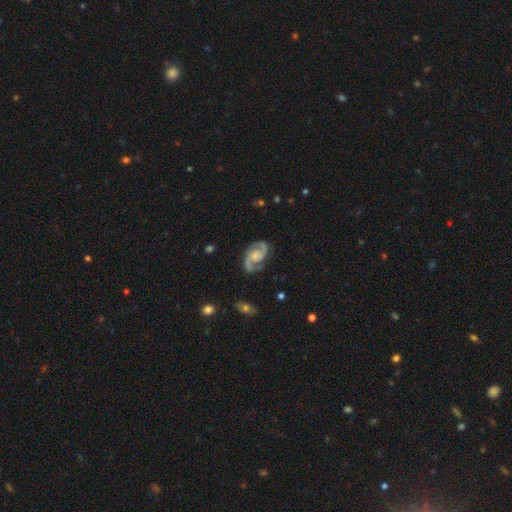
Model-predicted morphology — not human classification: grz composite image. It shows a featured or disk galaxy (90%) with no bar (60%), 2 (93%) medium (58%) spiral arms (98%) and a moderate central bulge (34%). Merging: none (79%).